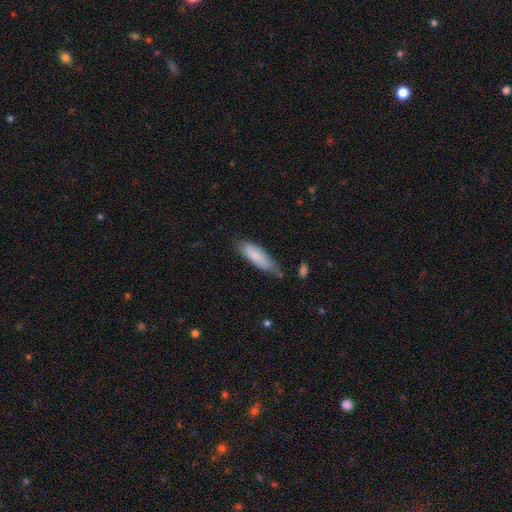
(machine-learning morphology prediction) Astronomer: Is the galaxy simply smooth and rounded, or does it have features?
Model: smooth — 80%.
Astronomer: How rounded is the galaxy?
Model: cigar-shaped — 53% (runner-up: in between, 46%).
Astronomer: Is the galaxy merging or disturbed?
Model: none — 55% (runner-up: minor disturbance, 34%).